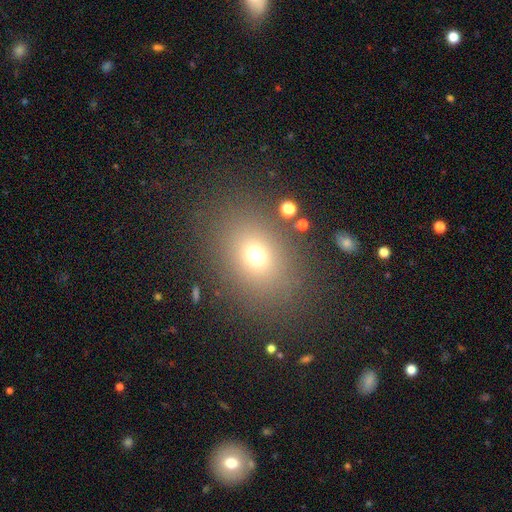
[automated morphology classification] A smooth galaxy with no disk features (70%) that is in between round and cigar-shaped (58%).

Vote fractions:
- Smooth or featured? smooth: 70% / star or artifact: 19% / featured or disk: 12%
- How rounded? in between: 58% / round: 40% / cigar-shaped: 1%
- Merging? none: 83% / minor disturbance: 9% / major disturbance: 5% / merger: 3%